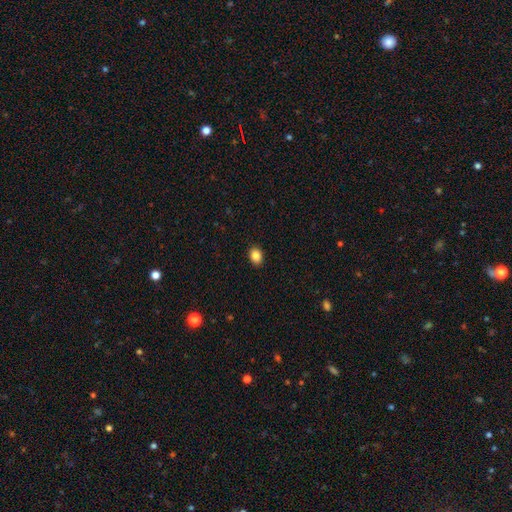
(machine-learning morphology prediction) smooth-or-featured: smooth: 86% | star or artifact: 9% | featured or disk: 4%
  how-rounded: in between: 68% | round: 31% | cigar-shaped: 1%
  merging: none: 91% | minor disturbance: 7% | major disturbance: 2% | merger: 1%